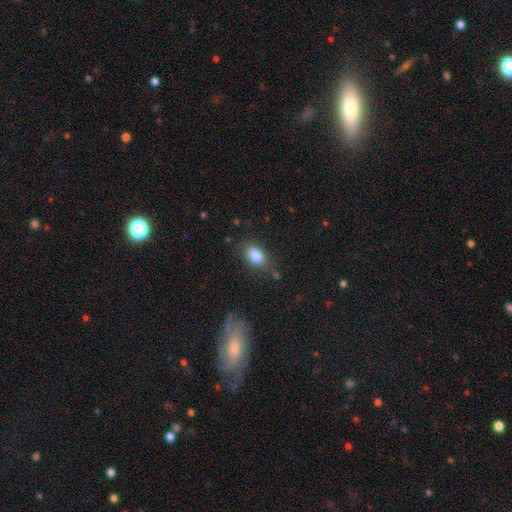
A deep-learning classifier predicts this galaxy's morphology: This appears to be a smooth galaxy with no disk features (85%) that is in between round and cigar-shaped (87%). Merging: none (73%).